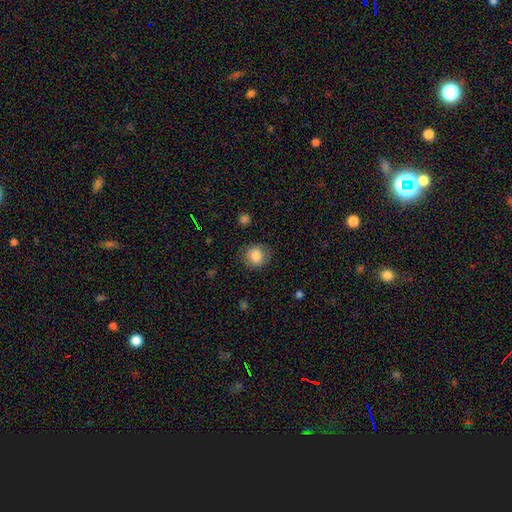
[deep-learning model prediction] Overall: smooth (83%). How rounded: round (82%). Merging: none (81%).